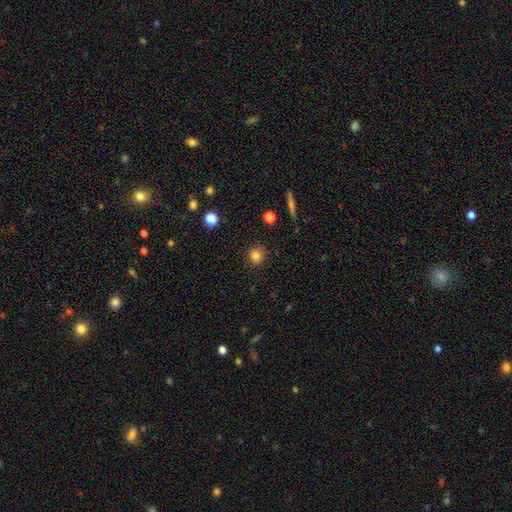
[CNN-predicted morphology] Smooth or featured? smooth (82%)
How rounded? round (86%)
Merging? none (86%)